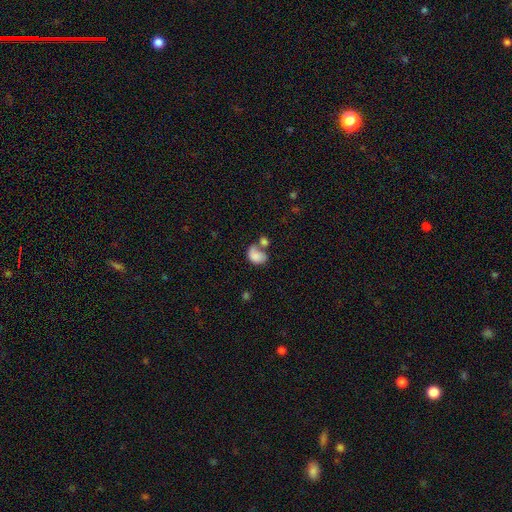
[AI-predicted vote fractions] The model was most divided on "merging": merger: 49%, none: 22%, minor disturbance: 15%, major disturbance: 14%. More confident: smooth or featured — smooth (77%); how rounded — in between (74%).